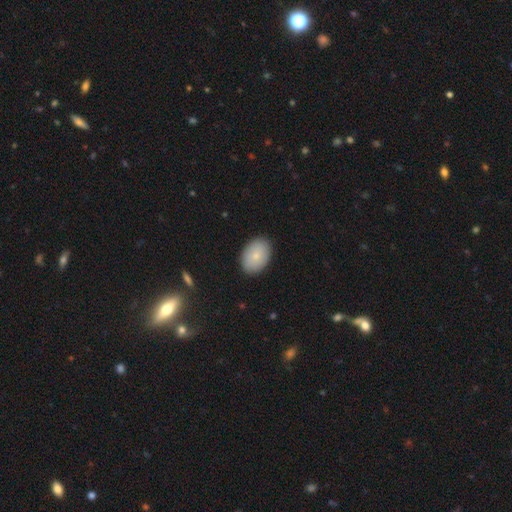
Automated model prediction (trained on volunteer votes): Overall: smooth (83%). How rounded: in between (85%). Merging: none (89%).